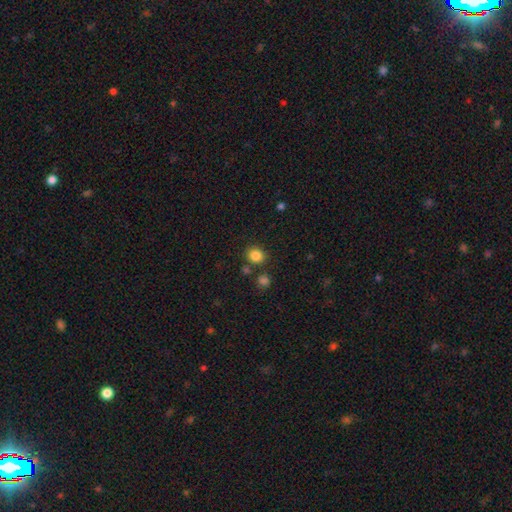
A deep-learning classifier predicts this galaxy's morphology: smooth-or-featured: smooth: 84% | star or artifact: 12% | featured or disk: 5%
  how-rounded: round: 78% | in between: 21% | cigar-shaped: 1%
  merging: none: 81% | minor disturbance: 9% | merger: 7% | major disturbance: 3%